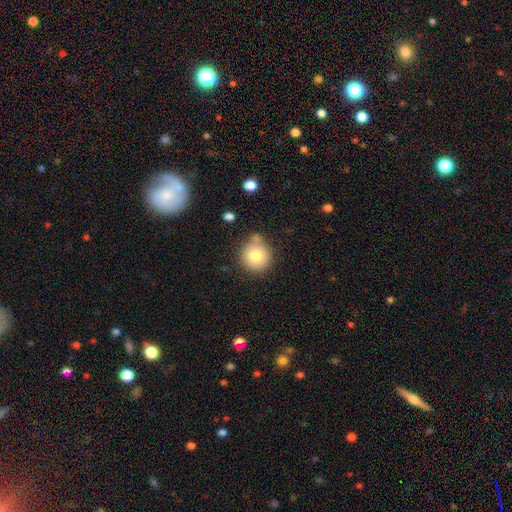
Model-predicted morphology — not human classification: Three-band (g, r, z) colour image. It shows a smooth galaxy with no disk features (80%) that is round (91%). Merging: none (65%).